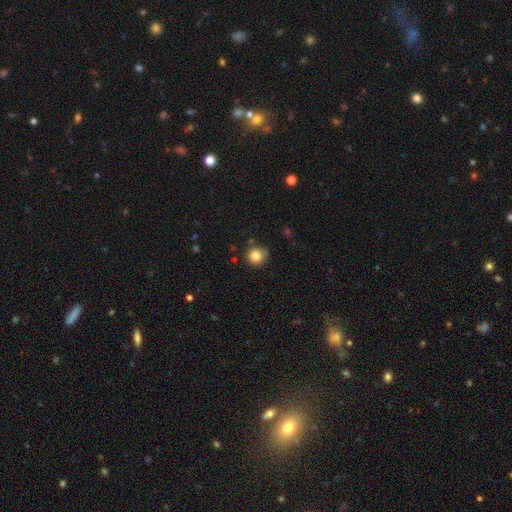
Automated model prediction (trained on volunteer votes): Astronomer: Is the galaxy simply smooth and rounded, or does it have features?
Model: smooth — 83%.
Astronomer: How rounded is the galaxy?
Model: round — 92%.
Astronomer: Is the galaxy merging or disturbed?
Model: none — 78%.